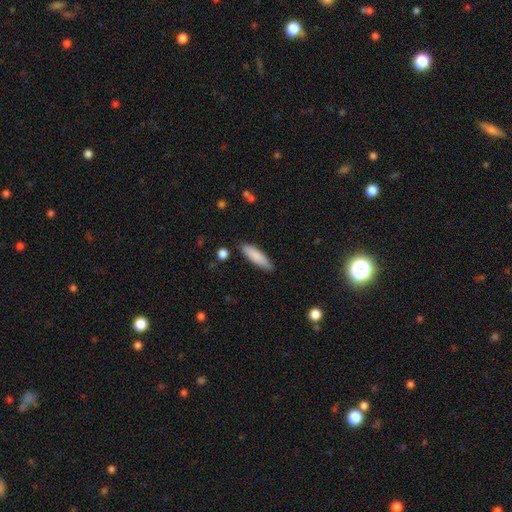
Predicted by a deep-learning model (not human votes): A smooth galaxy with no disk features (86%) that is cigar-shaped (60%).

Vote fractions:
- Smooth or featured? smooth: 86% / featured or disk: 9% / star or artifact: 6%
- How rounded? cigar-shaped: 60% / in between: 39% / round: 1%
- Merging? none: 85% / minor disturbance: 11% / major disturbance: 2% / merger: 2%